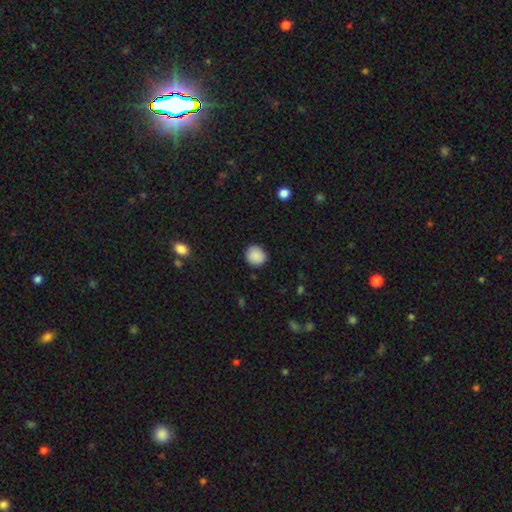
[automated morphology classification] The model was most divided on "how rounded": round: 84%, in between: 15%, cigar-shaped: 1%. More confident: smooth or featured — smooth (89%); merging — none (87%).